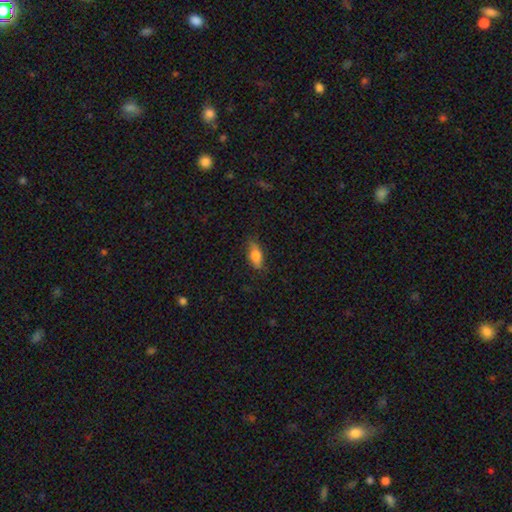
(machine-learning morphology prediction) smooth-or-featured: smooth: 75% | featured or disk: 17% | star or artifact: 7%
  how-rounded: in between: 79% | cigar-shaped: 17% | round: 4%
  merging: none: 77% | minor disturbance: 18% | major disturbance: 4% | merger: 1%